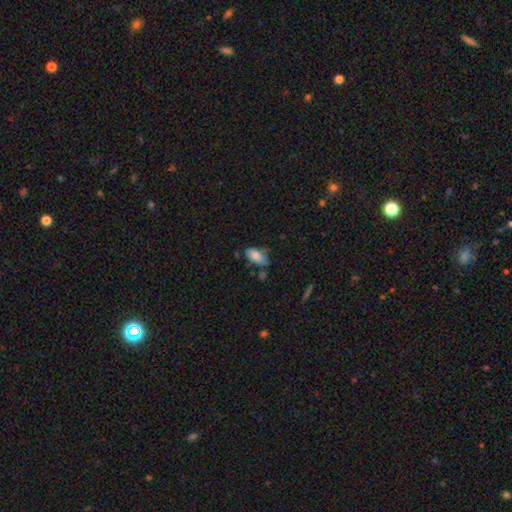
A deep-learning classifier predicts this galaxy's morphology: A smooth galaxy with no disk features (81%) that is in between round and cigar-shaped (92%). Merging: none (52%).